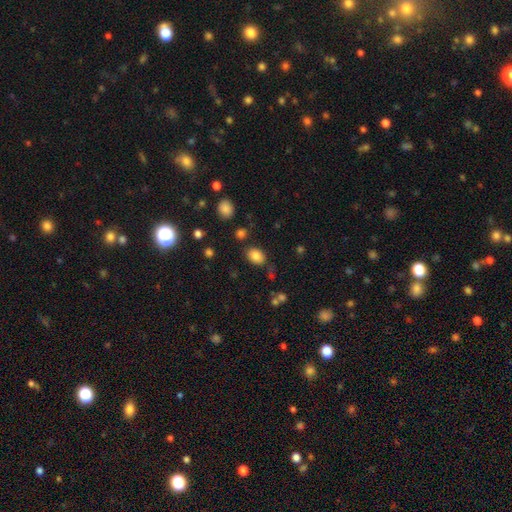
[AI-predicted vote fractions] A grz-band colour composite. It shows a smooth galaxy with no disk features (84%) that is in between round and cigar-shaped (70%). Merging: none (79%).